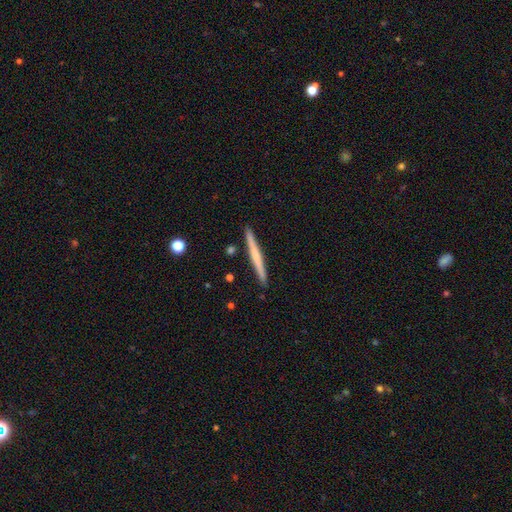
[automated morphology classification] Smooth or featured?
  - smooth: 48% *
  - featured or disk: 47%
  - star or artifact: 5%
Merging?
  - none: 91% *
  - minor disturbance: 6%
  - merger: 2%
  - major disturbance: 1%